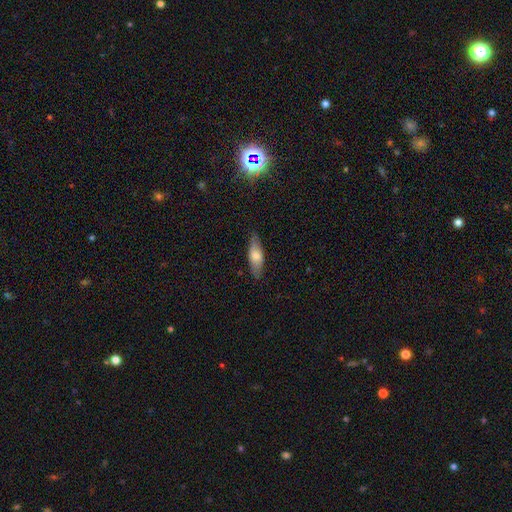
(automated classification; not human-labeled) This is likely a smooth galaxy (65%). How rounded: possibly in between (59%). Merging: clearly none (82%).